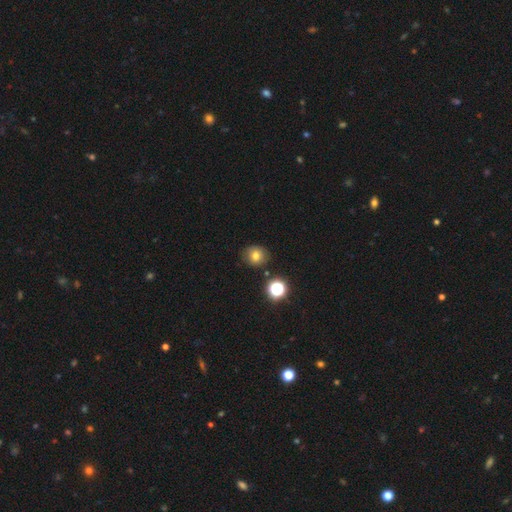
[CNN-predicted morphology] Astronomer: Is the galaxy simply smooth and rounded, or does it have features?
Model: smooth — 74%.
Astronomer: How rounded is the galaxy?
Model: round — 85%.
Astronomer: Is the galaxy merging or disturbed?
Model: none — 85%.